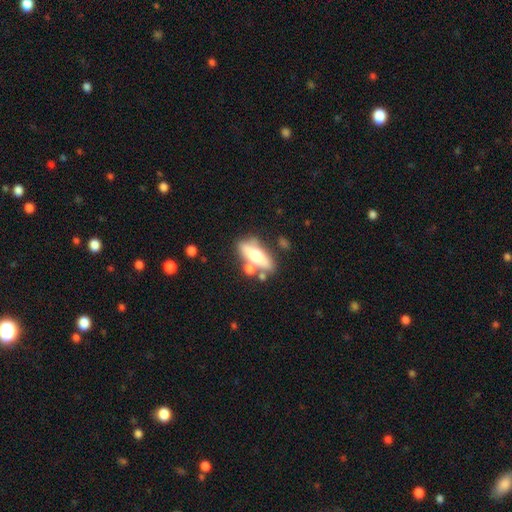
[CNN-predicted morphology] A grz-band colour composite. It shows a smooth galaxy with no disk features (51%) that is in between round and cigar-shaped (56%). Merging: none (63%).